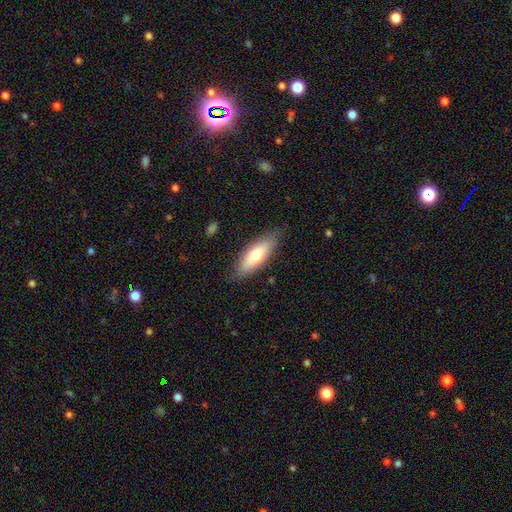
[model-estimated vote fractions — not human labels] Q: Smooth or featured?
A: smooth (67%); runner-up: featured or disk (27%)
Q: How rounded?
A: in between (59%); runner-up: cigar-shaped (39%)
Q: Merging?
A: none (84%); runner-up: minor disturbance (13%)